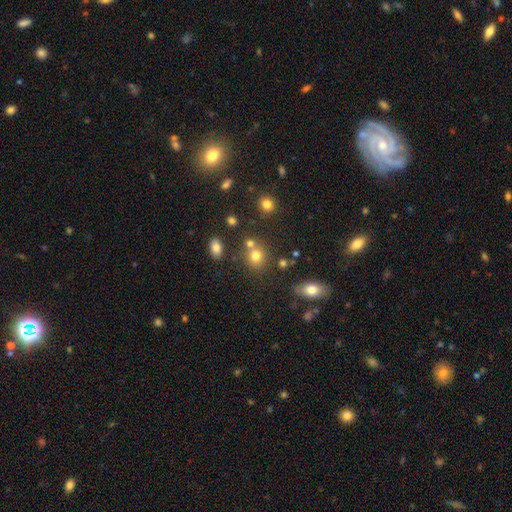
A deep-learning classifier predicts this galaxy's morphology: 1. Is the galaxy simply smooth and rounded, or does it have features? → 74% smooth, 15% star or artifact, 11% featured or disk.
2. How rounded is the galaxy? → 77% round, 22% in between, 1% cigar-shaped.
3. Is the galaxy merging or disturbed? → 64% none, 22% merger, 11% minor disturbance, 4% major disturbance.